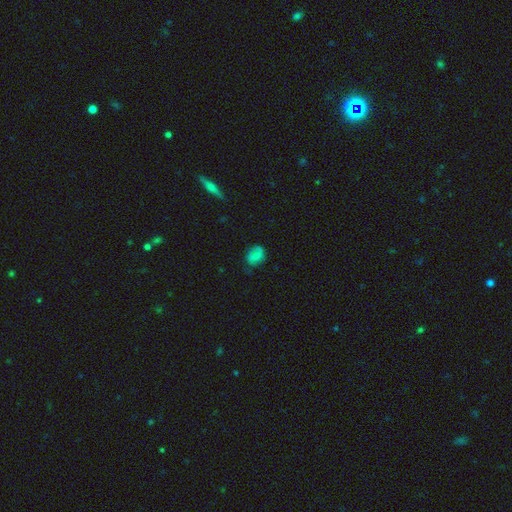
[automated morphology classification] Smooth or featured? Predicted: smooth (p=0.66). How rounded? Predicted: in between (p=0.62). Merging? Predicted: none (p=0.57).